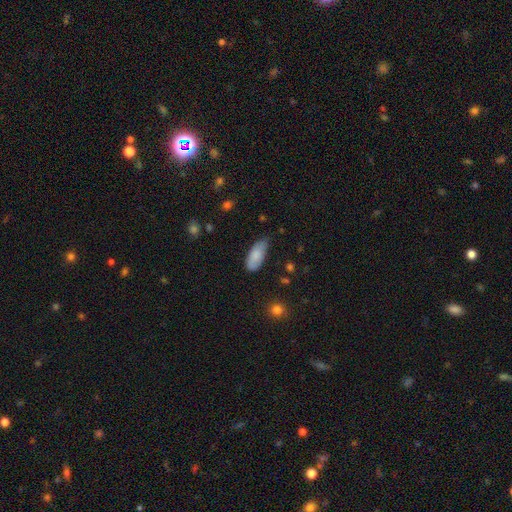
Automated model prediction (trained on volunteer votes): Morphology: type=smooth (84%); roundness=in between (85%); merging=none (47%).